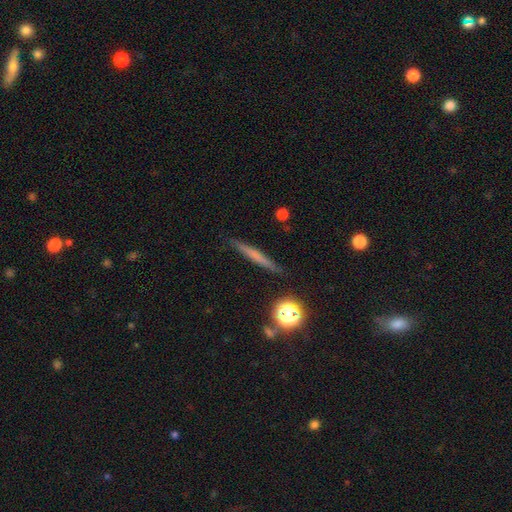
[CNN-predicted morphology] The model was most divided on "smooth or featured": smooth: 52%, featured or disk: 38%, star or artifact: 10%. More confident: how rounded — cigar-shaped (93%); merging — none (89%).